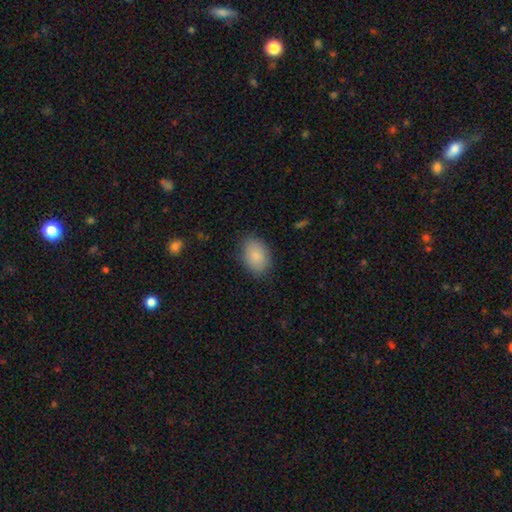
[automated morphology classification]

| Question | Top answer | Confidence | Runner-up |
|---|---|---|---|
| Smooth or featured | smooth | 87% | star or artifact (7%) |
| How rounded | in between | 84% | round (15%) |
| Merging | none | 83% | minor disturbance (12%) |